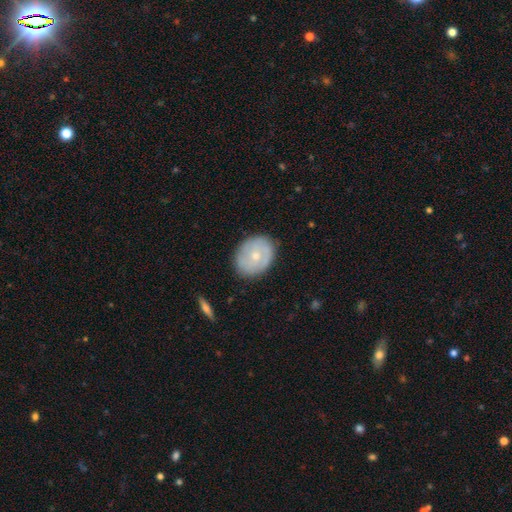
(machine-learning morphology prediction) A smooth galaxy with no disk features (53%) that is round (50%).

Vote fractions:
- Smooth or featured? smooth: 53% / featured or disk: 41% / star or artifact: 7%
- How rounded? round: 50% / in between: 49% / cigar-shaped: 1%
- Merging? none: 83% / minor disturbance: 13% / major disturbance: 3% / merger: 1%